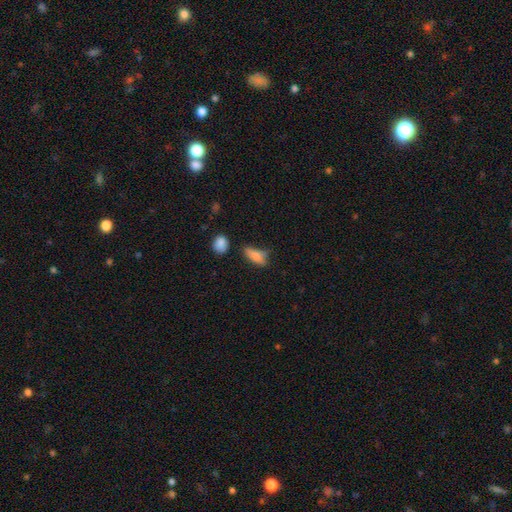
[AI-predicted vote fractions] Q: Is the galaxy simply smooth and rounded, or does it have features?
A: smooth — 77%.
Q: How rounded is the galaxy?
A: in between — 76%.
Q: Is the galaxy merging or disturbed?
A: none — 49%.